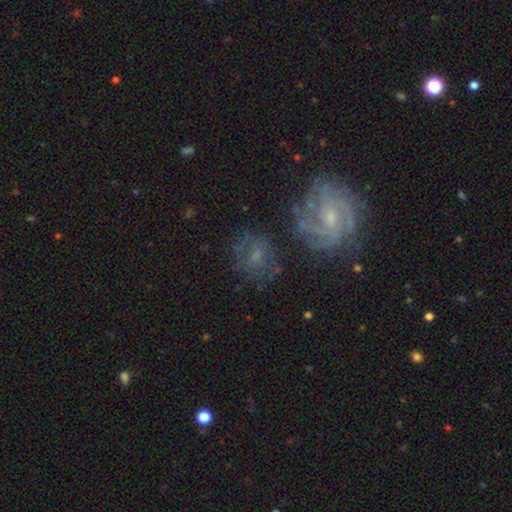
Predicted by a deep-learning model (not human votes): A featured or disk galaxy (60%) with no bar (48%), spiral arms (84%) and a small central bulge (57%). Merging: none (65%).